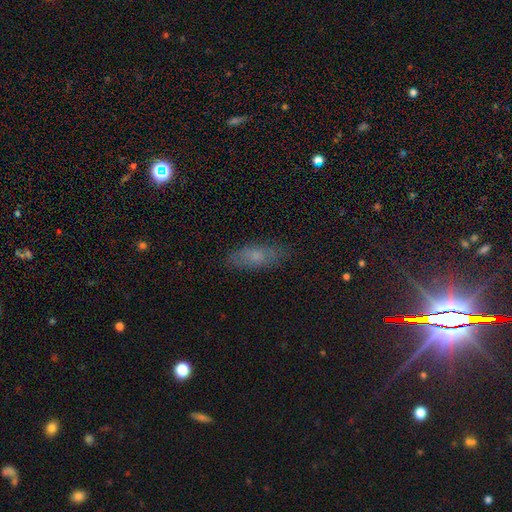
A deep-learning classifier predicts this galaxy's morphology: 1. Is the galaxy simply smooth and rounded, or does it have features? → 62% smooth, 24% featured or disk, 14% star or artifact.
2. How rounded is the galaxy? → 68% in between, 27% cigar-shaped, 4% round.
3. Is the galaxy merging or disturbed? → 82% none, 13% minor disturbance, 3% major disturbance, 1% merger.